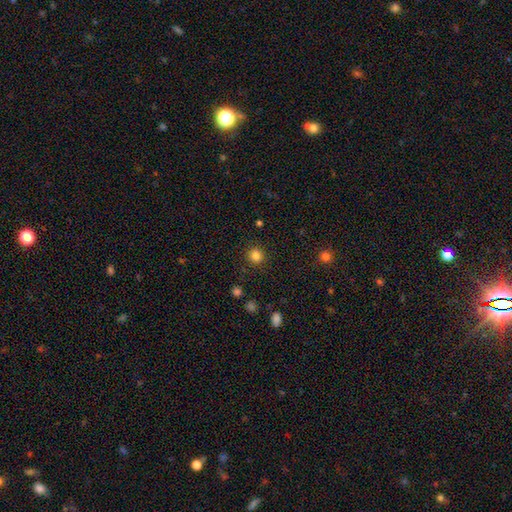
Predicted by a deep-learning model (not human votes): A smooth galaxy with no disk features (82%) that is round (93%). Merging: none (91%).